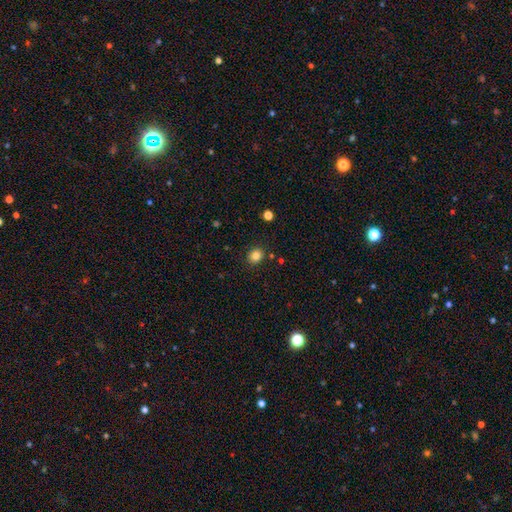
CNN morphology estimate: smooth-or-featured: smooth: 82% | star or artifact: 12% | featured or disk: 5%
  how-rounded: round: 69% | in between: 30% | cigar-shaped: 1%
  merging: none: 86% | minor disturbance: 8% | merger: 3% | major disturbance: 2%